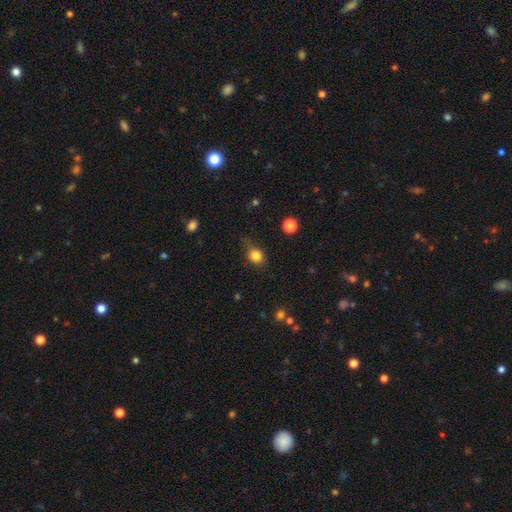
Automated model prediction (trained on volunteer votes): Smooth or featured? smooth (81%)
How rounded? round (73%)
Merging? none (57%)